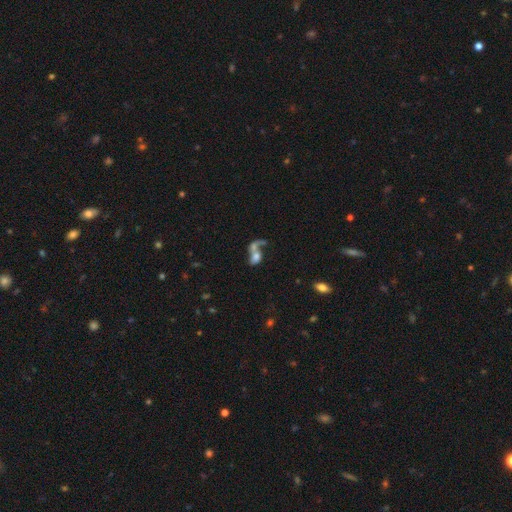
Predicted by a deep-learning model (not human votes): Q: Smooth or featured?
A: smooth (53%); runner-up: featured or disk (35%)
Q: How rounded?
A: in between (70%); runner-up: round (24%)
Q: Merging?
A: merger (67%); runner-up: major disturbance (14%)